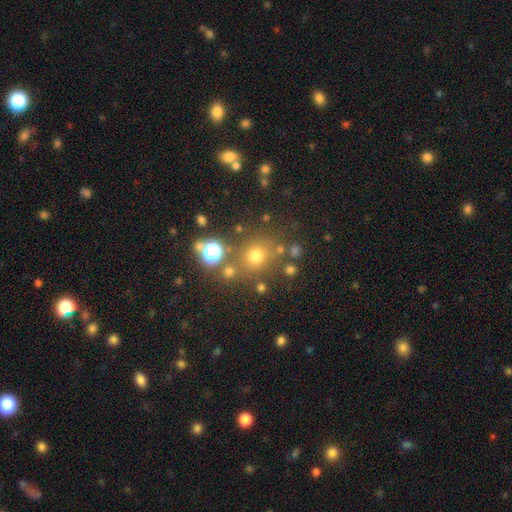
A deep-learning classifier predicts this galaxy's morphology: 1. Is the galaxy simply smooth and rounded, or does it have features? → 44% star or artifact, 43% smooth, 13% featured or disk.